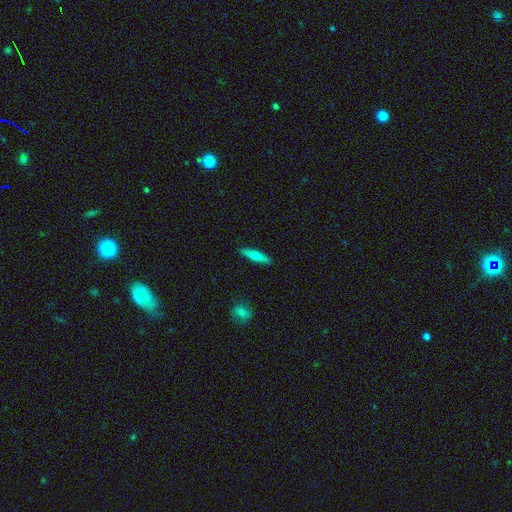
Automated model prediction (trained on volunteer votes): A smooth galaxy with no disk features (62%) that is cigar-shaped (81%).

Vote fractions:
- Smooth or featured? smooth: 62% / featured or disk: 33% / star or artifact: 6%
- How rounded? cigar-shaped: 81% / in between: 17% / round: 2%
- Merging? none: 90% / minor disturbance: 7% / major disturbance: 2% / merger: 1%